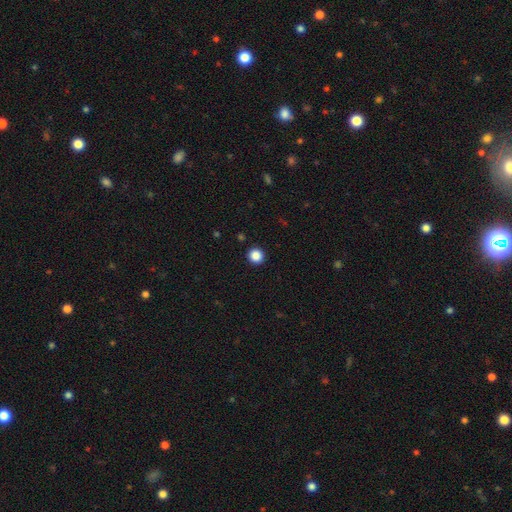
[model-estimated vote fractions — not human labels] This appears to be a smooth galaxy with no disk features (87%) that is round (95%). Merging: none (93%).